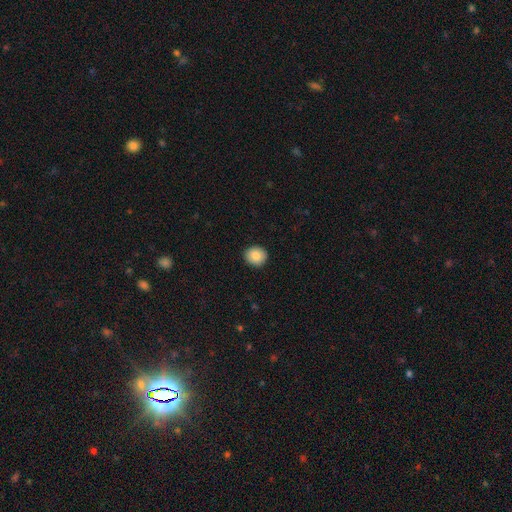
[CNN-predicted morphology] Smooth or featured: smooth — 86% (star or artifact — 8%)
How rounded: round — 85% (in between — 14%)
Merging: none — 92% (minor disturbance — 6%)